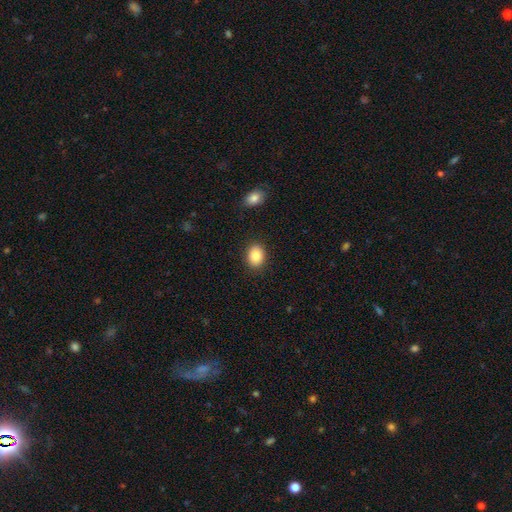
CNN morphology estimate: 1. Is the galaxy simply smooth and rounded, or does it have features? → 88% smooth, 8% star or artifact, 4% featured or disk.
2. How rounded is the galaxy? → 62% in between, 37% round, 1% cigar-shaped.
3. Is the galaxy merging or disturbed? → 87% none, 8% minor disturbance, 3% major disturbance, 2% merger.